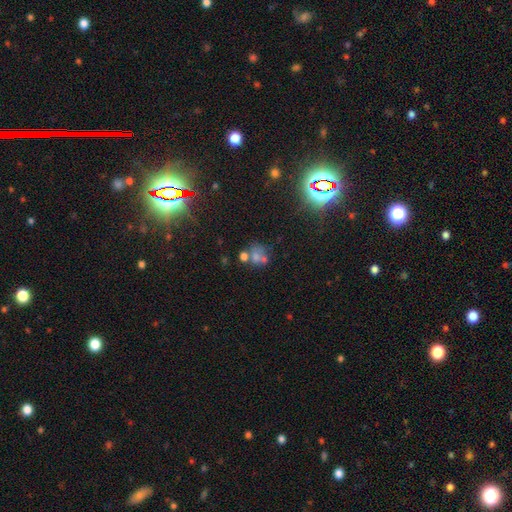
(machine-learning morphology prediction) A smooth galaxy with no disk features (55%) that is round (65%).

Vote fractions:
- Smooth or featured? smooth: 55% / featured or disk: 23% / star or artifact: 22%
- How rounded? round: 65% / in between: 33% / cigar-shaped: 1%
- Merging? merger: 38% (tied) / none: 38% (tied) / minor disturbance: 13% / major disturbance: 11%